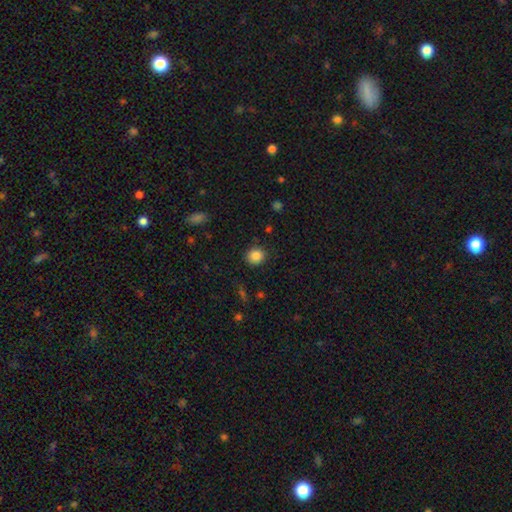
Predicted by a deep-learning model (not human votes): This appears to be a smooth galaxy with no disk features (86%) that is round (83%). Merging: none (87%).